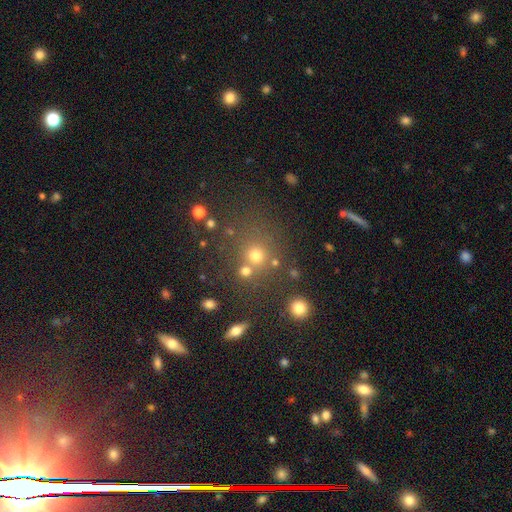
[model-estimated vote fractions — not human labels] smooth-or-featured: smooth: 64% | star or artifact: 24% | featured or disk: 11%
  how-rounded: round: 87% | in between: 11% | cigar-shaped: 1%
  merging: none: 68% | merger: 17% | minor disturbance: 10% | major disturbance: 5%